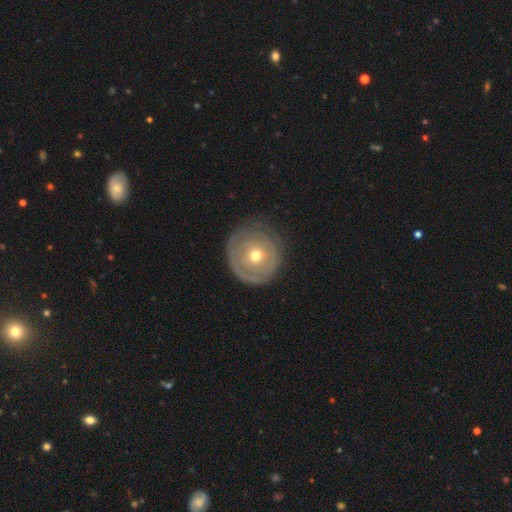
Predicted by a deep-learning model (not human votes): Smooth or featured: featured or disk — 57% (smooth — 37%)
Edge-on disk: no — 96% (yes — 4%)
Bar: no — 85% (weak — 12%)
Spiral arms: yes — 51% (no — 49%)
Bulge size: moderate — 55% (small — 40%)
Merging: none — 69% (minor disturbance — 20%)